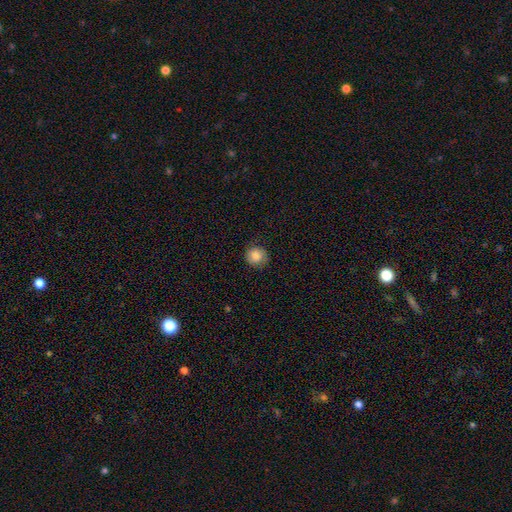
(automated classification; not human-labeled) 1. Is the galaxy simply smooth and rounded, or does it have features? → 85% smooth, 9% star or artifact, 6% featured or disk.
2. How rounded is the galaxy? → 89% round, 10% in between, 1% cigar-shaped.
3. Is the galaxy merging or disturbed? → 82% none, 14% minor disturbance, 3% major disturbance, 1% merger.